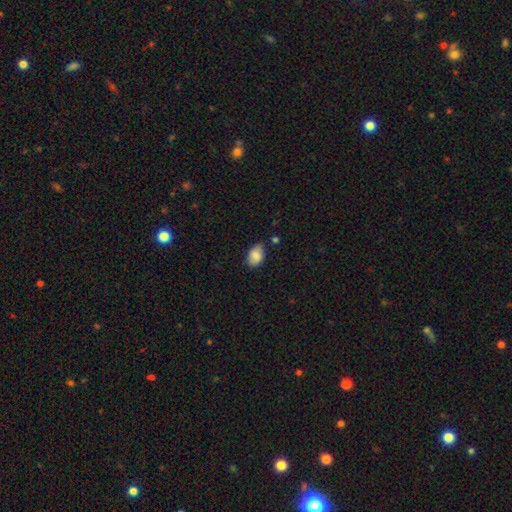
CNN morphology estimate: smooth 82%, featured or disk 11%, star or artifact 7%. Down the decision tree: how rounded — in between (87%); merging — none (67%).